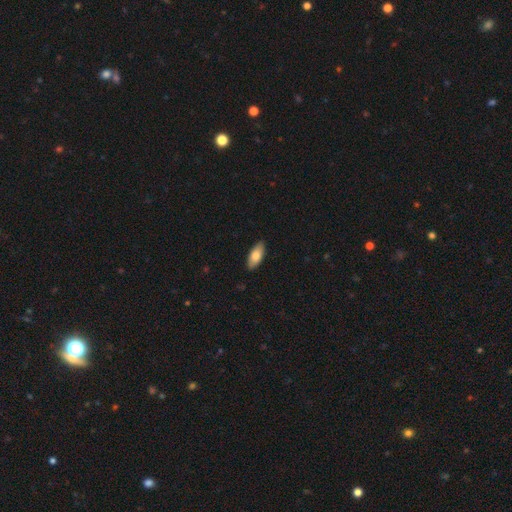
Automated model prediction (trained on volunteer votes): The model was most divided on "smooth or featured": smooth: 79%, featured or disk: 16%, star or artifact: 6%. More confident: merging — none (88%); how rounded — in between (87%).